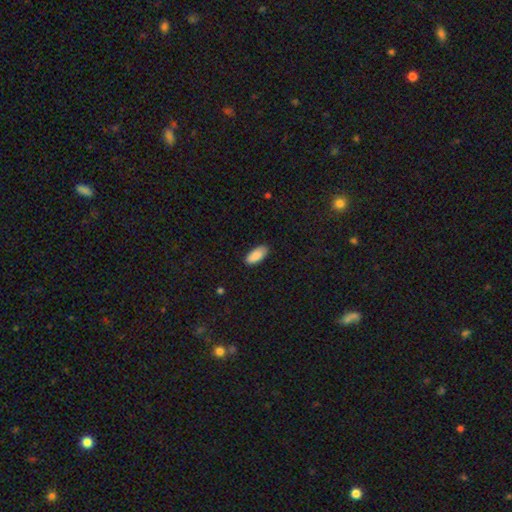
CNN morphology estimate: The model was most divided on "merging": none: 85%, minor disturbance: 12%, major disturbance: 2%, merger: 1%. More confident: smooth or featured — smooth (90%); how rounded — in between (89%).